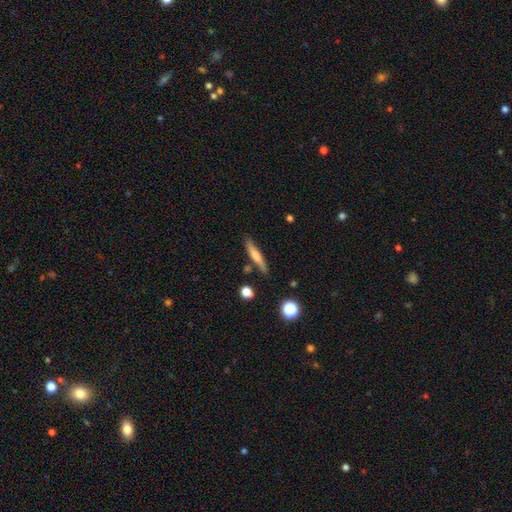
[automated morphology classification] Smooth or featured? Predicted: smooth (p=0.62). How rounded? Predicted: cigar-shaped (p=0.87). Merging? Predicted: none (p=0.75).